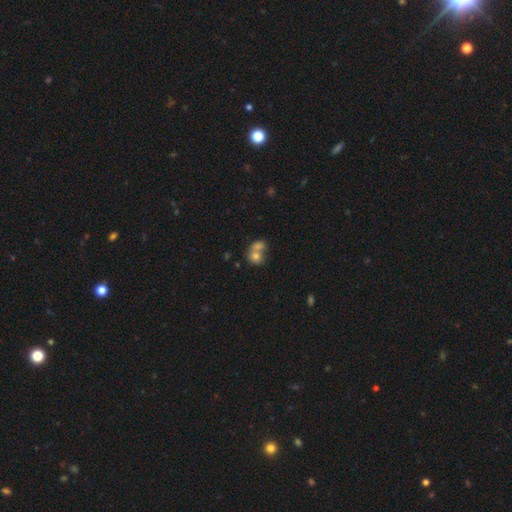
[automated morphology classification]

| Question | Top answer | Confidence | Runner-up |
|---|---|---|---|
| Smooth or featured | smooth | 75% | featured or disk (15%) |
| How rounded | round | 60% | in between (38%) |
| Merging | merger | 66% | none (24%) |